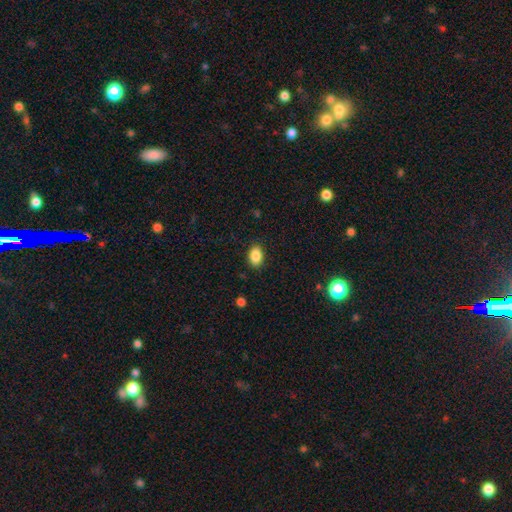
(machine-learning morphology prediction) type=smooth (87%); roundness=in between (87%); merging=none (88%).